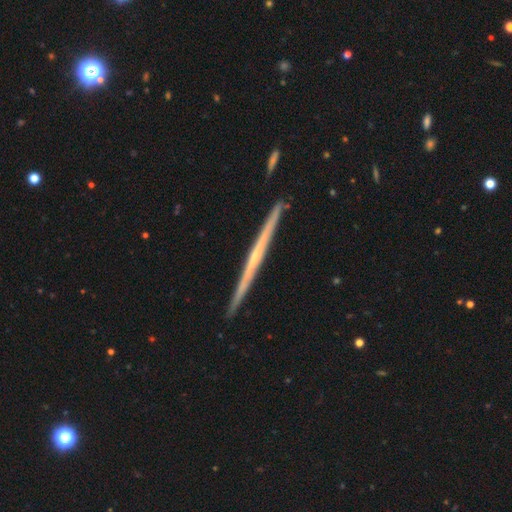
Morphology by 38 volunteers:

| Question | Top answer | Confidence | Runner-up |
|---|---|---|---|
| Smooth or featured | featured or disk | 82% | smooth (18%) |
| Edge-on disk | yes | 100% | — |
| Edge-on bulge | none | 65% | rounded (35%) |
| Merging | none | 95% | minor disturbance (5%) |